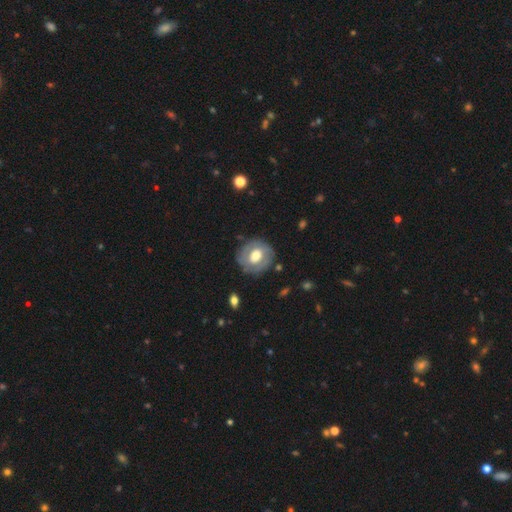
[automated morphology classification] A featured or disk galaxy (52%).

Vote fractions:
- Smooth or featured? featured or disk: 52% / smooth: 42% / star or artifact: 6%
- Edge-on disk? no: 95% / yes: 5%
- Merging? none: 77% / minor disturbance: 16% / major disturbance: 6% / merger: 2%